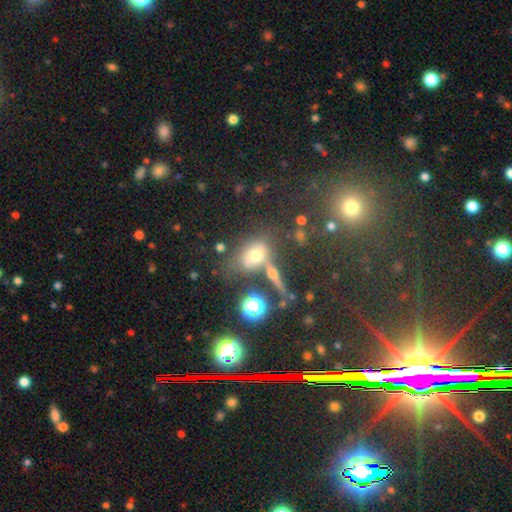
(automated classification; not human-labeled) This appears to be a smooth galaxy with no disk features (59%) that is in between round and cigar-shaped (63%). Merging: none (48%).